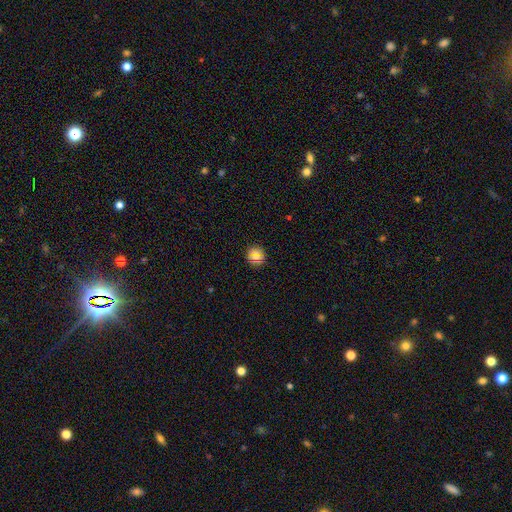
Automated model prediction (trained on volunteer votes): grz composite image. It shows a smooth galaxy with no disk features (71%) that is round (91%). Merging: none (89%).